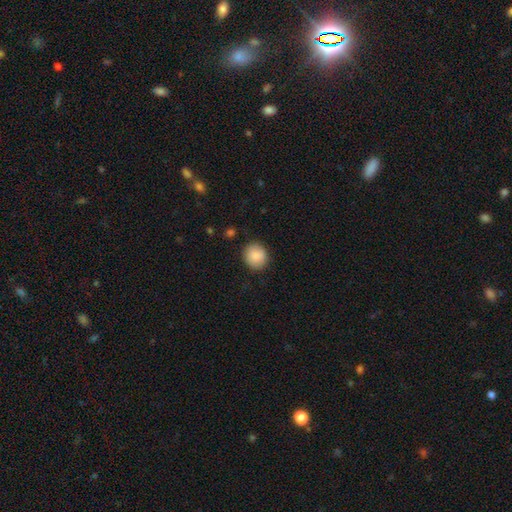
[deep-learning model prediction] Q: Smooth or featured?
A: smooth (88%); runner-up: star or artifact (7%)
Q: How rounded?
A: round (86%); runner-up: in between (13%)
Q: Merging?
A: none (88%); runner-up: minor disturbance (8%)